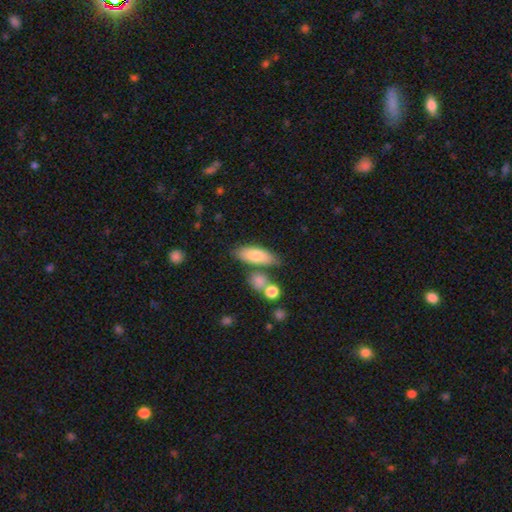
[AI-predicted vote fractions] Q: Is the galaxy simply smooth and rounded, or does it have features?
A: smooth — 76%.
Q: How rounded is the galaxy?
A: in between — 67%.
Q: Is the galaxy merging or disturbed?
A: none — 66%.